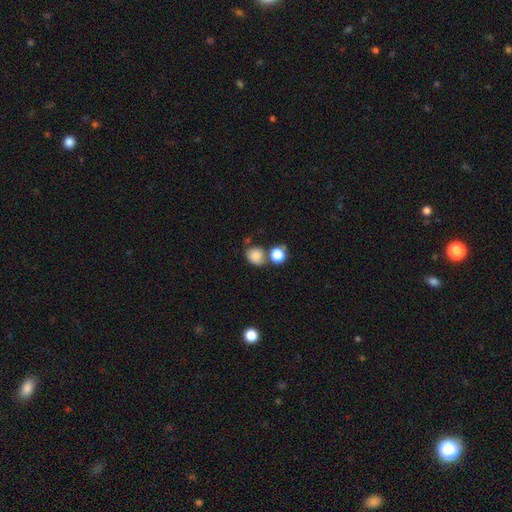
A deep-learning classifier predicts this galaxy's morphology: smooth 83%, star or artifact 11%, featured or disk 6%. Down the decision tree: how rounded — round (66%); merging — none (56%).